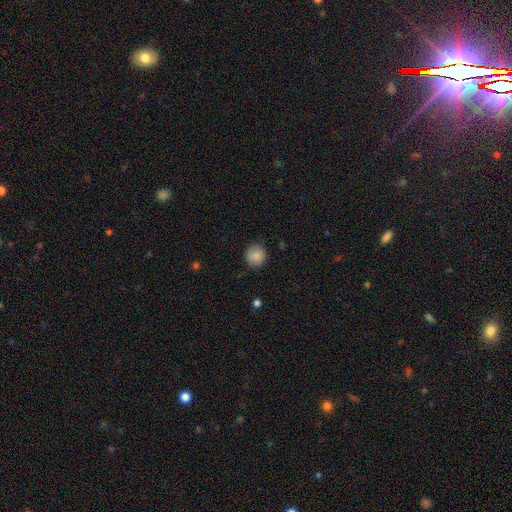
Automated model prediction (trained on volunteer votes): Smooth or featured? smooth (87%)
How rounded? round (93%)
Merging? none (86%)